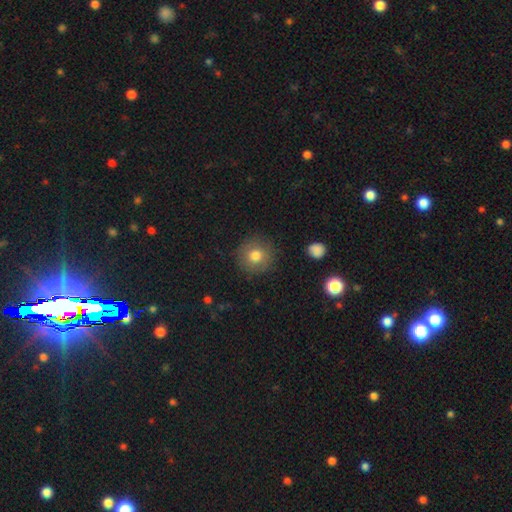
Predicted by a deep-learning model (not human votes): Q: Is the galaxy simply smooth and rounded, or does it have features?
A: smooth — 78%.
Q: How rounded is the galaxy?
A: round — 93%.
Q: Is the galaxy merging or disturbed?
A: none — 87%.